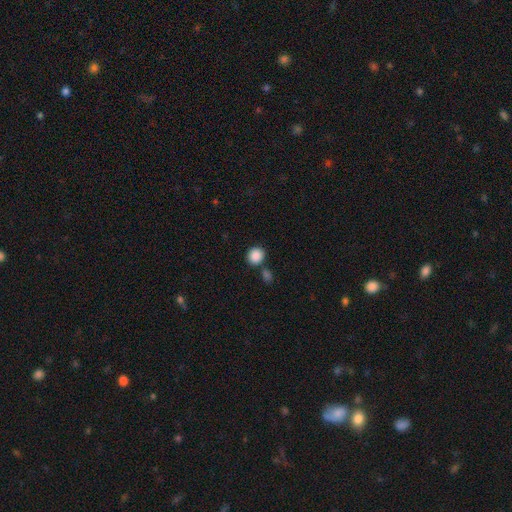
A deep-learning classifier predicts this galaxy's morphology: Q: Smooth or featured?
A: smooth (88%); runner-up: star or artifact (9%)
Q: How rounded?
A: round (82%); runner-up: in between (17%)
Q: Merging?
A: none (72%); runner-up: merger (15%)